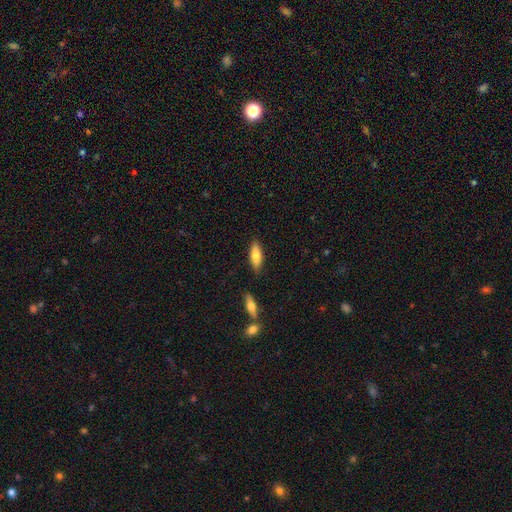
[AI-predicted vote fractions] A smooth galaxy with no disk features (74%) that is in between round and cigar-shaped (62%).

Vote fractions:
- Smooth or featured? smooth: 74% / featured or disk: 20% / star or artifact: 6%
- How rounded? in between: 62% / cigar-shaped: 36% / round: 2%
- Merging? none: 84% / minor disturbance: 11% / merger: 3% / major disturbance: 2%